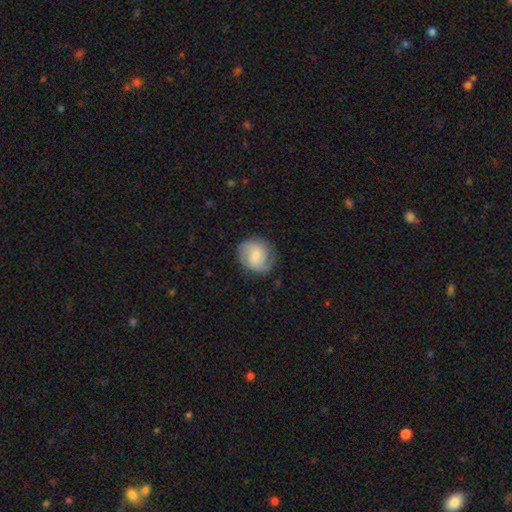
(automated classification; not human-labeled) Overall: featured or disk (51%; smooth 42%). Edge-on disk: no (97%). Merging: none (76%).